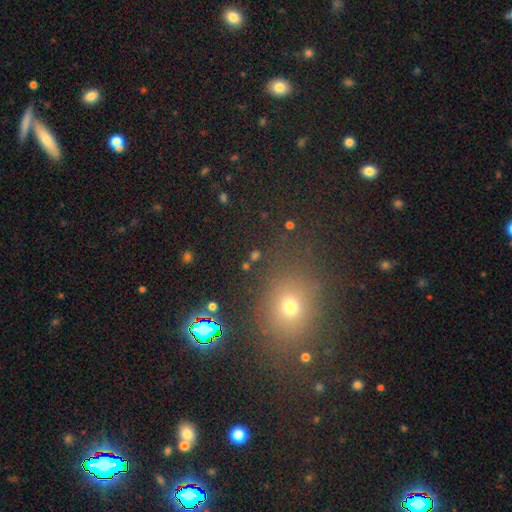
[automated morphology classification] smooth-or-featured: smooth: 50% | star or artifact: 40% | featured or disk: 10%
  merging: none: 78% | minor disturbance: 10% | major disturbance: 6% | merger: 5%